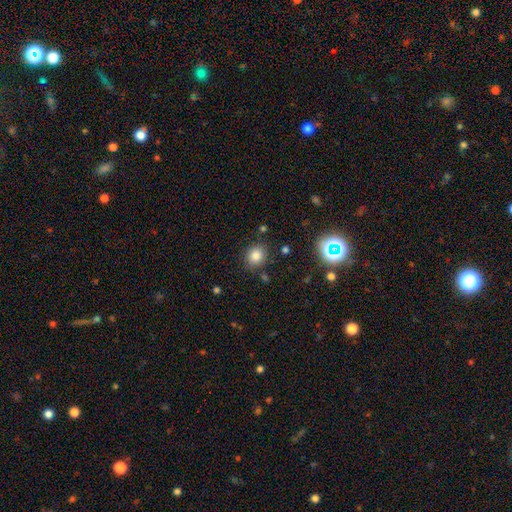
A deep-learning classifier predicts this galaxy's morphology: Smooth or featured?
  - smooth: 81% *
  - star or artifact: 13%
  - featured or disk: 6%
How rounded?
  - round: 68% *
  - in between: 31%
  - cigar-shaped: 1%
Merging?
  - none: 83% *
  - minor disturbance: 10%
  - merger: 3%
  - major disturbance: 3%